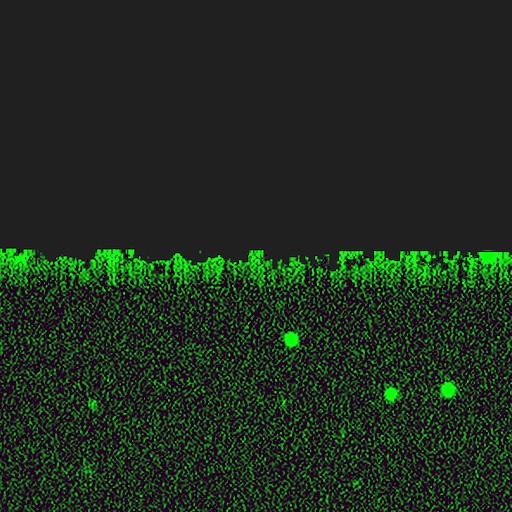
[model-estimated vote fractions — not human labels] This is clearly a star or artifact rather than a galaxy (84%).